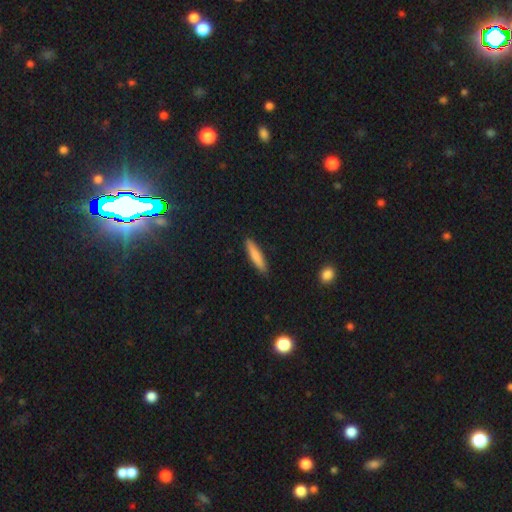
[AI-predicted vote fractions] The model was most divided on "smooth or featured": smooth: 80%, featured or disk: 14%, star or artifact: 6%. More confident: merging — none (89%); how rounded — cigar-shaped (85%).